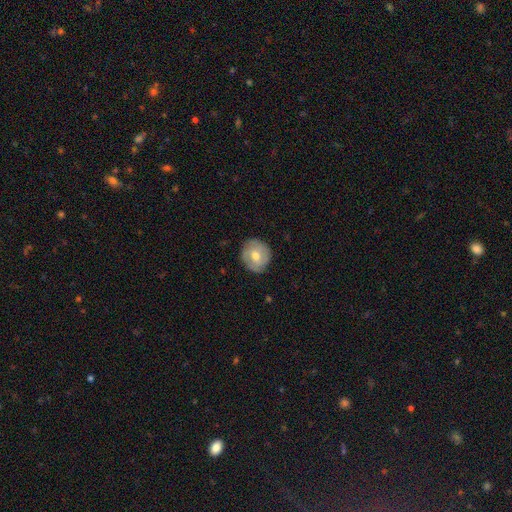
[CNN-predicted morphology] smooth-or-featured: smooth: 52% | featured or disk: 40% | star or artifact: 7%
  how-rounded: round: 88% | in between: 11% | cigar-shaped: 1%
  merging: none: 83% | minor disturbance: 13% | major disturbance: 3% | merger: 1%